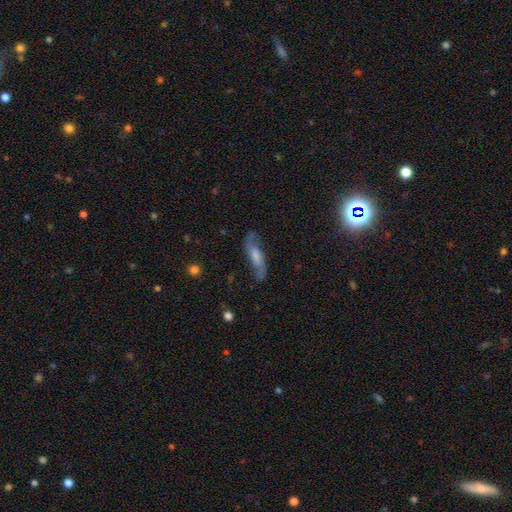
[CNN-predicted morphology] Smooth or featured?
  - featured or disk: 70% *
  - smooth: 20%
  - star or artifact: 10%
Edge-on disk?
  - no: 77% *
  - yes: 23%
Bar?
  - no: 43% *
  - weak: 40%
  - strong: 17%
Spiral arms?
  - yes: 91% *
  - no: 9%
Bulge size?
  - moderate: 41% *
  - small: 25%
  - large: 18%
  - none: 13%
  - dominant: 3%
Merging?
  - none: 73% *
  - minor disturbance: 17%
  - major disturbance: 7%
  - merger: 2%